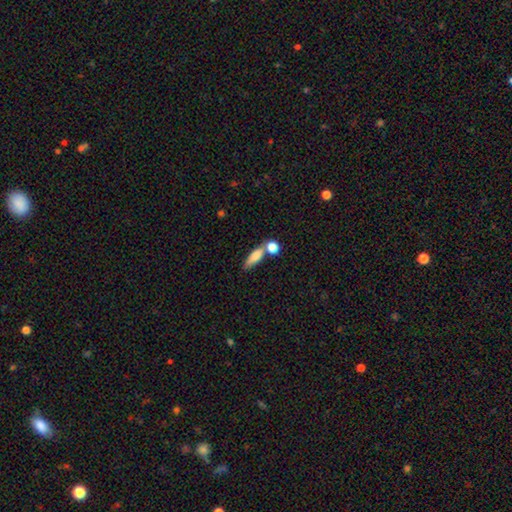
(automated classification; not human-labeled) Overall: smooth (77%). How rounded: in between (53%; cigar-shaped 38%). Merging: none (48%; merger 33%).